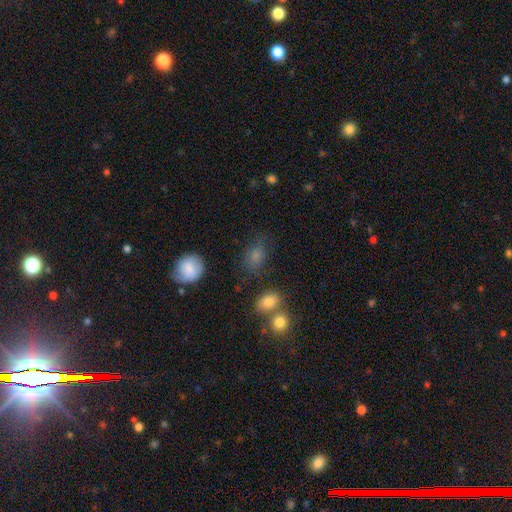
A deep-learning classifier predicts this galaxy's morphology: smooth 78%, star or artifact 13%, featured or disk 9%. Down the decision tree: how rounded — in between (65%); merging — none (59%).